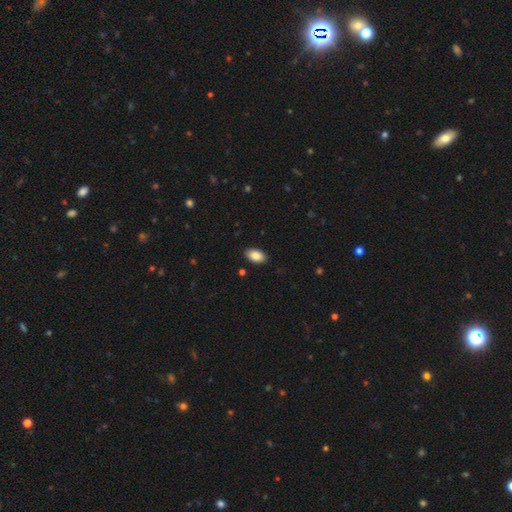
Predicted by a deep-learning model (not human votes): This is clearly a smooth galaxy (86%). How rounded: clearly in between (94%). Merging: clearly none (89%).